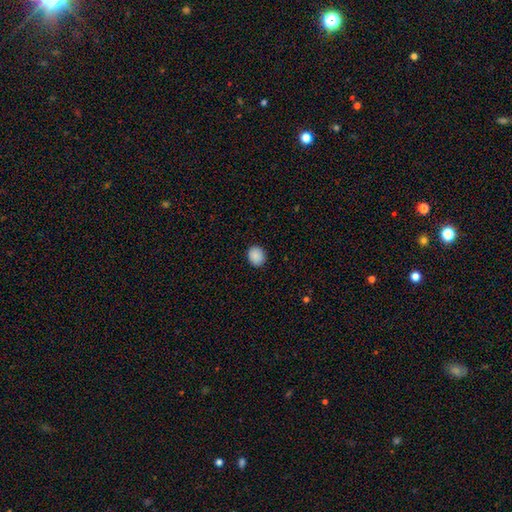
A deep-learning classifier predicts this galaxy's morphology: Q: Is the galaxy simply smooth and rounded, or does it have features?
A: smooth — 89%.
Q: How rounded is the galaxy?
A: round — 62%.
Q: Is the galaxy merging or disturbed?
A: none — 90%.